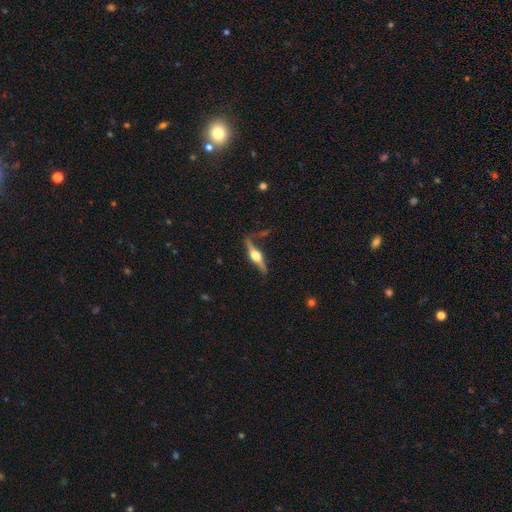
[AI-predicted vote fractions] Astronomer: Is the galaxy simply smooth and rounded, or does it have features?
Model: featured or disk — 78%.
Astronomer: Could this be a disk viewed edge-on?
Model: yes — 97%.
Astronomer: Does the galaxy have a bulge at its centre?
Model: rounded — 95%.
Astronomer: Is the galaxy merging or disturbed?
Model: none — 80%.